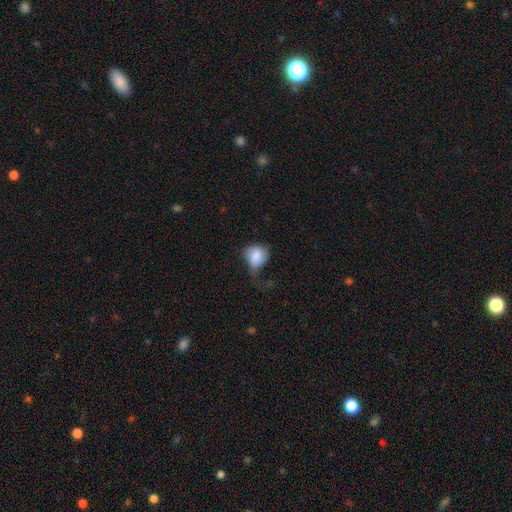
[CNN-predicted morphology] This appears to be a smooth galaxy with no disk features (79%) that is round (64%). Merging: major disturbance (40%).